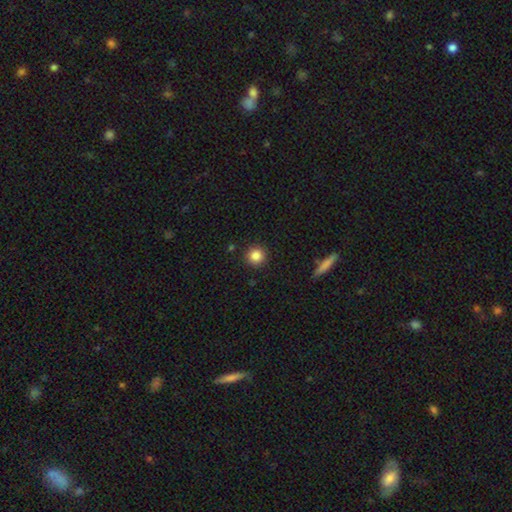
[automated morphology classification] Smooth or featured: smooth — 85% (star or artifact — 10%)
How rounded: round — 95% (in between — 4%)
Merging: none — 91% (minor disturbance — 6%)